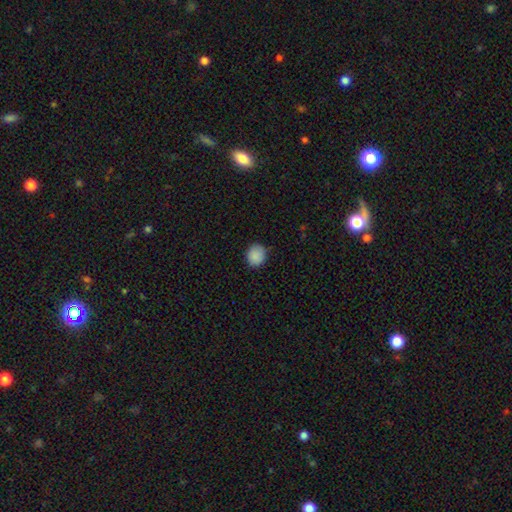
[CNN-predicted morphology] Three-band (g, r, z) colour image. It shows a smooth galaxy with no disk features (89%) that is round (80%). Merging: none (86%).